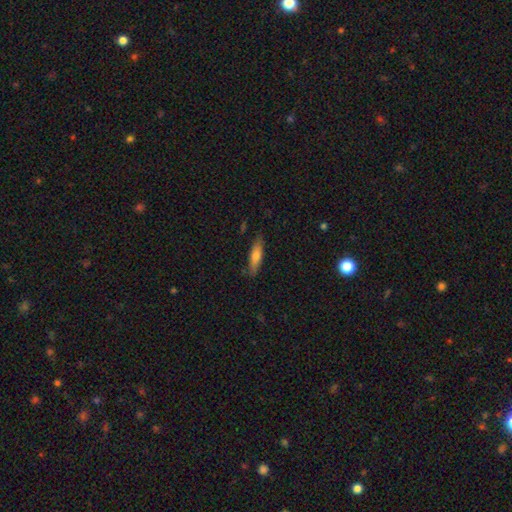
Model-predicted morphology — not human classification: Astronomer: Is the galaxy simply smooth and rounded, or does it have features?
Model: smooth — 69%.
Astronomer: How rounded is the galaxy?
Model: cigar-shaped — 67%.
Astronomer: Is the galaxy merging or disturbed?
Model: none — 82%.